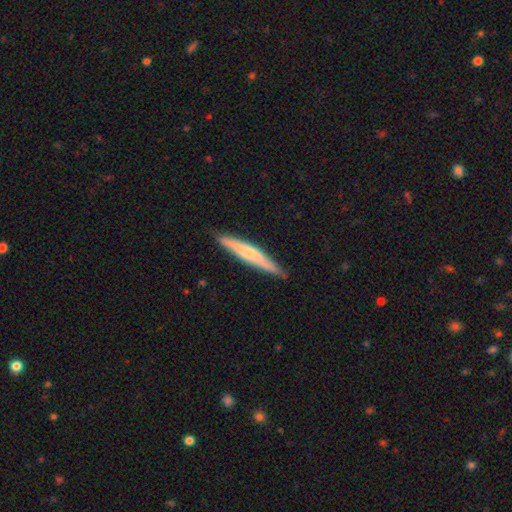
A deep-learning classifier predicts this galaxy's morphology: Smooth or featured? smooth (55%)
How rounded? cigar-shaped (92%)
Merging? none (85%)